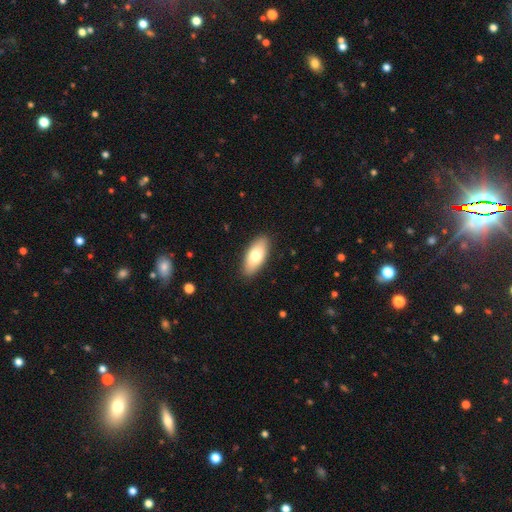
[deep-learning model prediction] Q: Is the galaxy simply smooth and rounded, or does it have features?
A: smooth — 74%.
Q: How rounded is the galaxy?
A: in between — 87%.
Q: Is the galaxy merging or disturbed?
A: none — 88%.